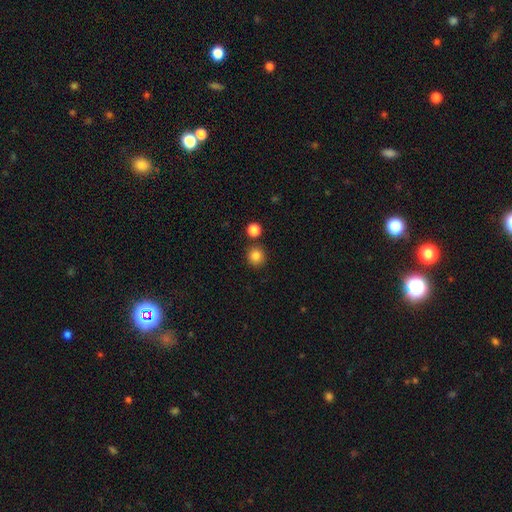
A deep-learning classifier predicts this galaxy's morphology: Overall: smooth (85%). How rounded: round (92%). Merging: none (83%).